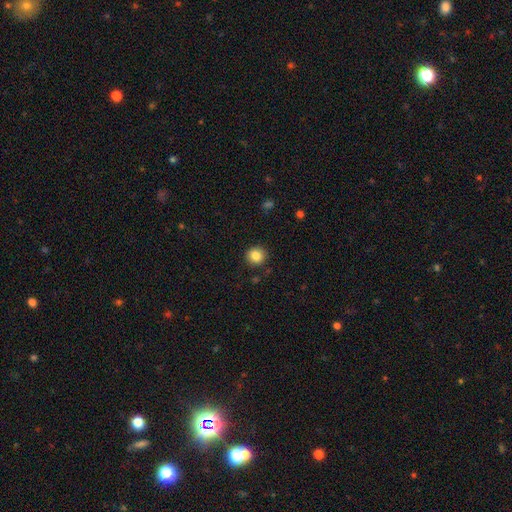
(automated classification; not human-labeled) smooth-or-featured: smooth: 85% | star or artifact: 10% | featured or disk: 5%
  how-rounded: round: 90% | in between: 9% | cigar-shaped: 1%
  merging: none: 89% | minor disturbance: 7% | major disturbance: 2% | merger: 1%